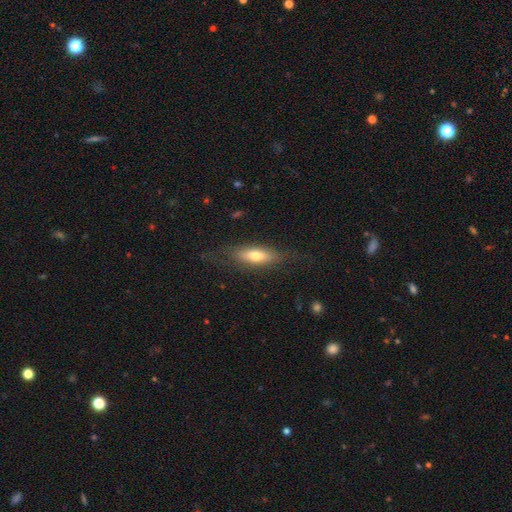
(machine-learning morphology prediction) smooth_or_featured: smooth (p=0.62) [alt: featured or disk p=0.31]
how_rounded: in between (p=0.58) [alt: cigar-shaped p=0.38]
merging: none (p=0.74) [alt: minor disturbance p=0.16]